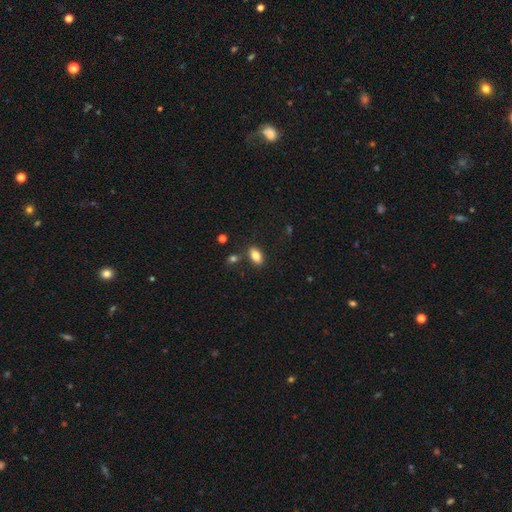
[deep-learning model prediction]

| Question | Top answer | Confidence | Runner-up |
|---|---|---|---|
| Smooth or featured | smooth | 82% | featured or disk (10%) |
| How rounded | in between | 90% | round (6%) |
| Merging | none | 80% | minor disturbance (11%) |